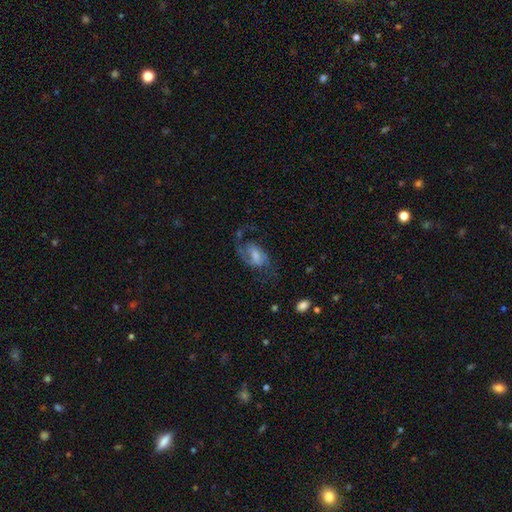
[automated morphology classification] Overall: featured or disk (72%). Edge-on disk: no (97%). Bar: weak (51%; no 32%). Spiral arms: yes (91%). Spiral arm count: 2 (77%). Spiral winding: medium (46%; loose 40%). Bulge size: moderate (39%; small 37%). Merging: none (50%; major disturbance 28%).